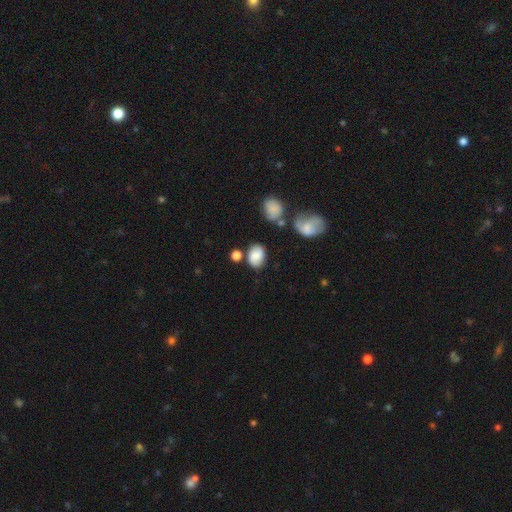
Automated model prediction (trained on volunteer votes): Smooth or featured?
  - smooth: 71% *
  - featured or disk: 19%
  - star or artifact: 10%
How rounded?
  - in between: 68% *
  - round: 30%
  - cigar-shaped: 1%
Merging?
  - none: 65% *
  - minor disturbance: 20%
  - merger: 9%
  - major disturbance: 6%